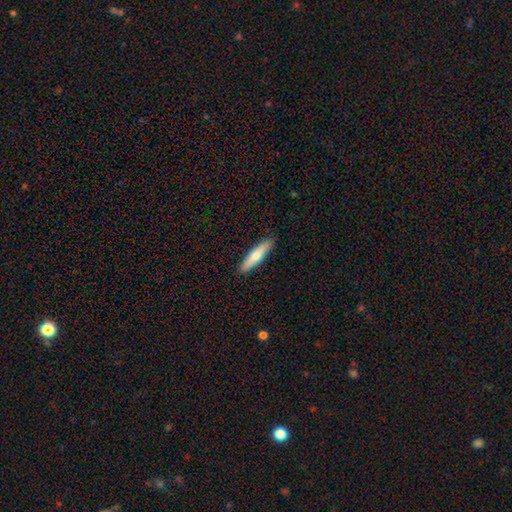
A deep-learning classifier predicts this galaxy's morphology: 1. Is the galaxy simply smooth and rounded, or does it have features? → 68% smooth, 27% featured or disk, 5% star or artifact.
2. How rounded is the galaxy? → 81% cigar-shaped, 18% in between, 2% round.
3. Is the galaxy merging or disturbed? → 90% none, 7% minor disturbance, 1% major disturbance, 1% merger.